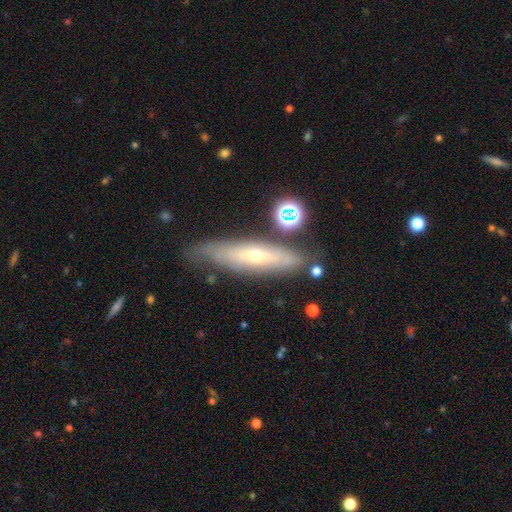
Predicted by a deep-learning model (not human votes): A featured or disk galaxy (60%) viewed edge-on (63%).

Vote fractions:
- Smooth or featured? featured or disk: 60% / smooth: 32% / star or artifact: 8%
- Edge-on disk? yes: 63% / no: 37%
- Merging? none: 73% / minor disturbance: 17% / major disturbance: 5% / merger: 5%